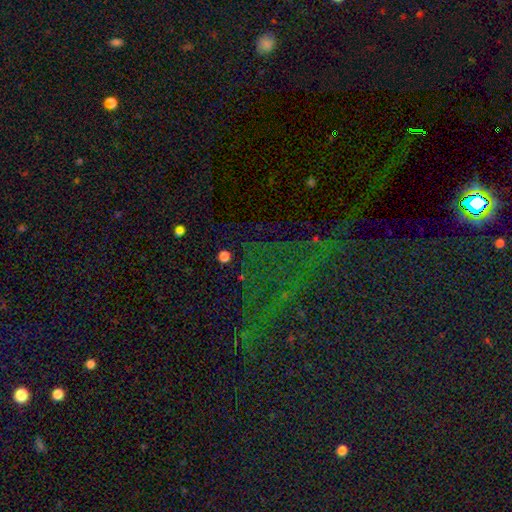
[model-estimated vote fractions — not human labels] Smooth or featured? star or artifact (76%)